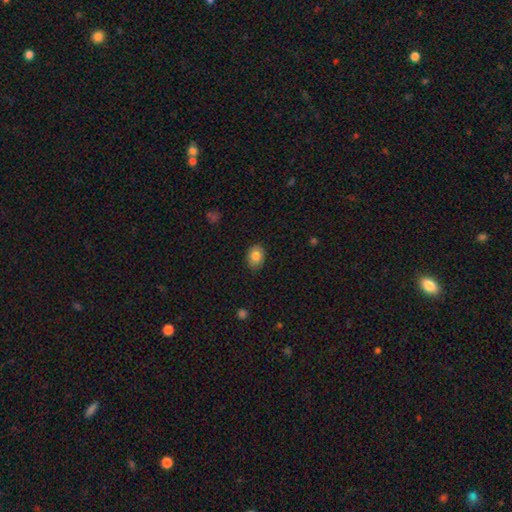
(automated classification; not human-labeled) Morphology: type=smooth (83%); roundness=in between (71%); merging=none (83%).